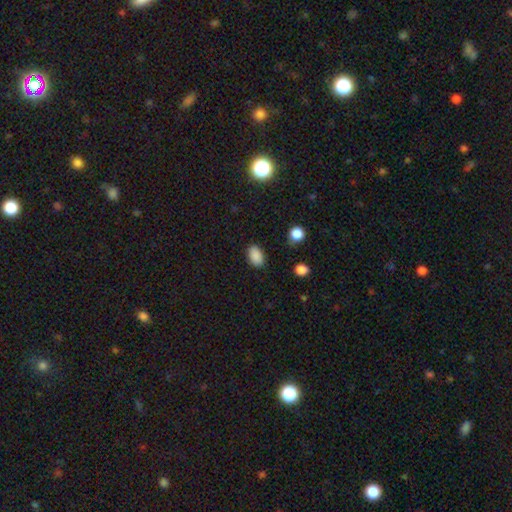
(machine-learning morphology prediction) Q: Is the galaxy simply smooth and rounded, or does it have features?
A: smooth — 87%.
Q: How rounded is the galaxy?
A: in between — 88%.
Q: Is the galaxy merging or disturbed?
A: none — 86%.